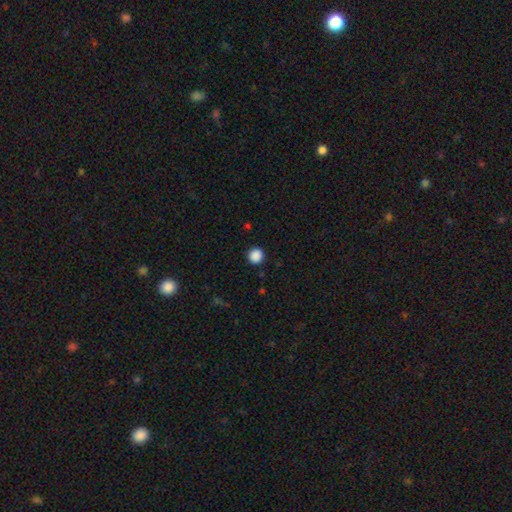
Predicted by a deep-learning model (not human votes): Overall: smooth (88%). How rounded: round (95%). Merging: none (92%).